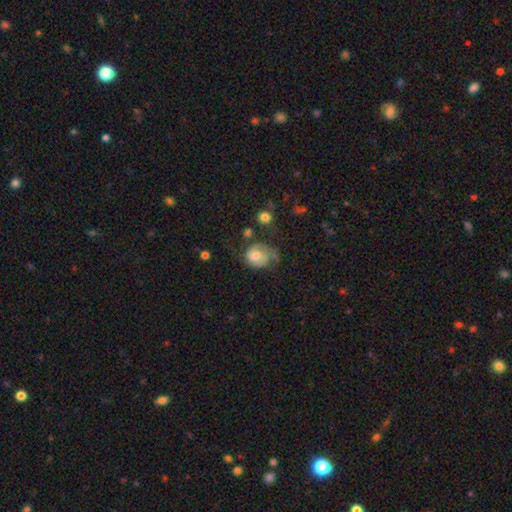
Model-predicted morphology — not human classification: Smooth or featured? smooth (47%)
Merging? none (36%)